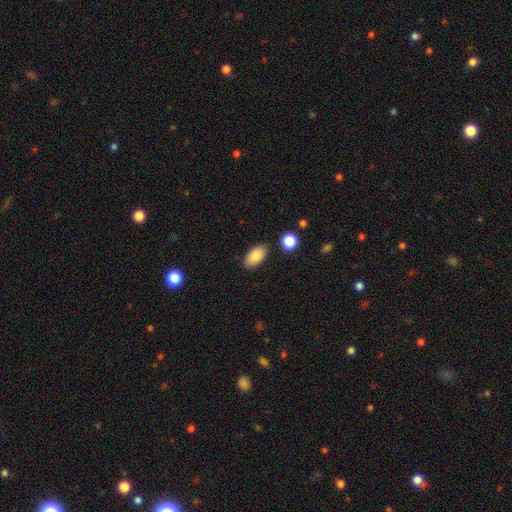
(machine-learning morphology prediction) Smooth or featured?
  - smooth: 87% *
  - star or artifact: 7%
  - featured or disk: 6%
How rounded?
  - in between: 94% *
  - round: 3%
  - cigar-shaped: 3%
Merging?
  - none: 85% *
  - minor disturbance: 10%
  - merger: 3%
  - major disturbance: 2%